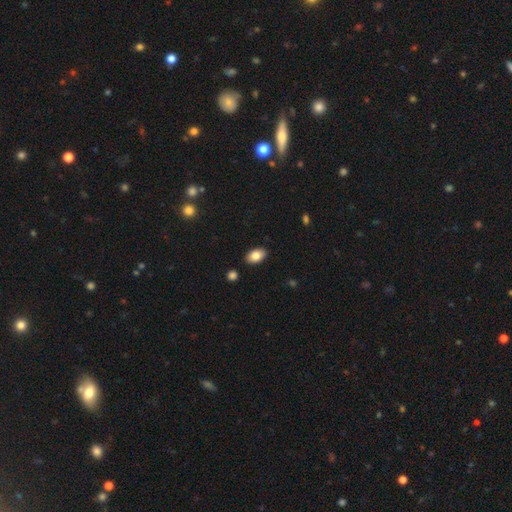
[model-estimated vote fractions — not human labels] This appears to be a smooth galaxy with no disk features (83%) that is in between round and cigar-shaped (92%). Merging: none (88%).